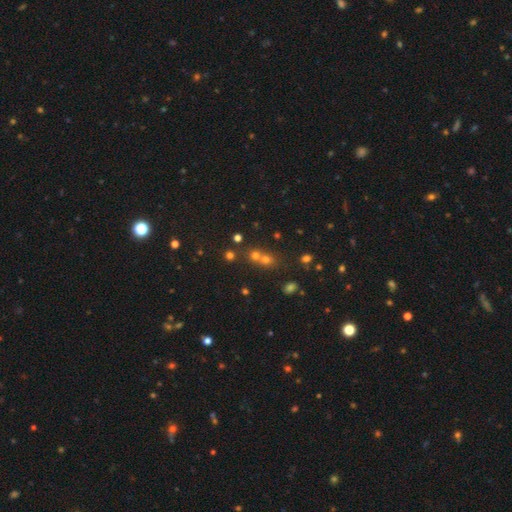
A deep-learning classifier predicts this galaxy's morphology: Smooth or featured: star or artifact — 49% (smooth — 35%)